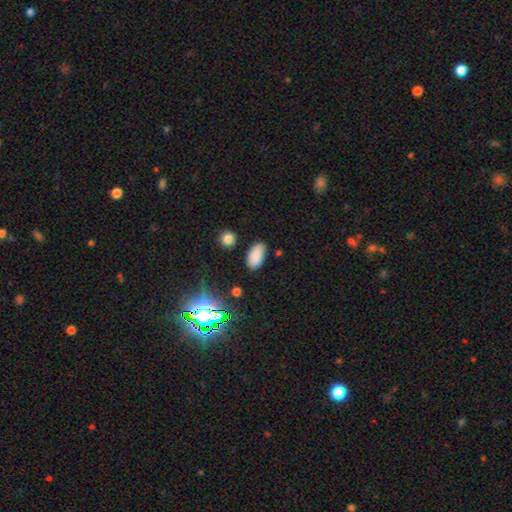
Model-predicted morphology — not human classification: Smooth or featured? smooth (82%)
How rounded? in between (93%)
Merging? none (81%)